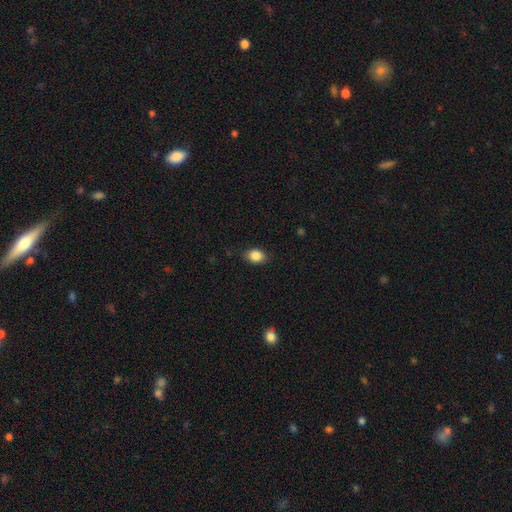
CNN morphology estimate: The model was most divided on "how rounded": in between: 67%, round: 32%, cigar-shaped: 1%. More confident: smooth or featured — smooth (87%); merging — none (84%).